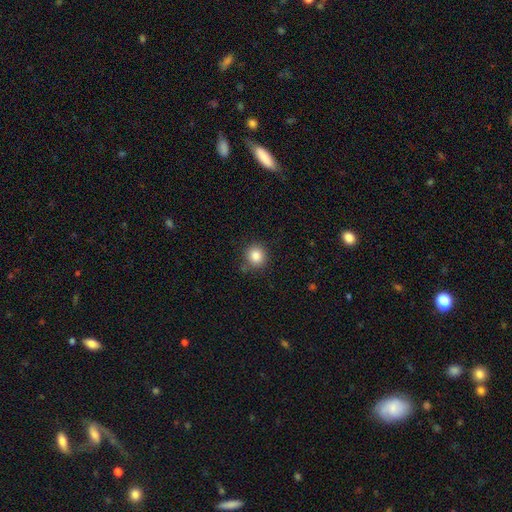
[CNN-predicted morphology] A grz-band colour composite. It shows a smooth galaxy with no disk features (84%) that is round (90%). Merging: none (82%).